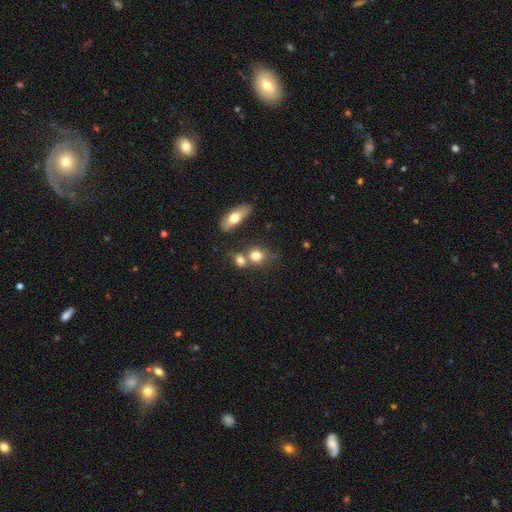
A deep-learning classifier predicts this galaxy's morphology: A smooth galaxy with no disk features (78%) that is round (59%).

Vote fractions:
- Smooth or featured? smooth: 78% / featured or disk: 12% / star or artifact: 10%
- How rounded? round: 59% / in between: 38% / cigar-shaped: 3%
- Merging? merger: 42% / none: 41% / minor disturbance: 11% / major disturbance: 5%